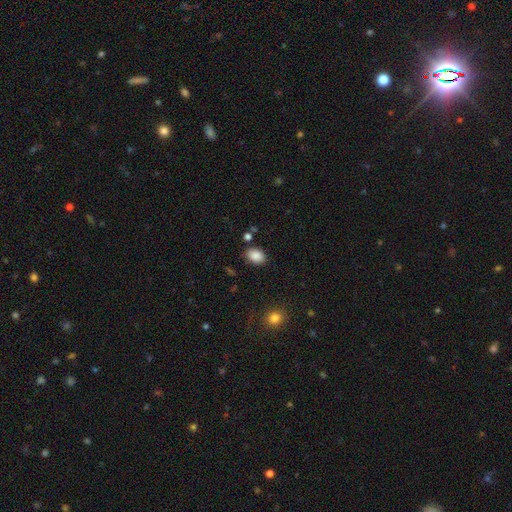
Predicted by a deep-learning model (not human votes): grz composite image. It shows a smooth galaxy with no disk features (87%) that is in between round and cigar-shaped (78%). Merging: none (81%).